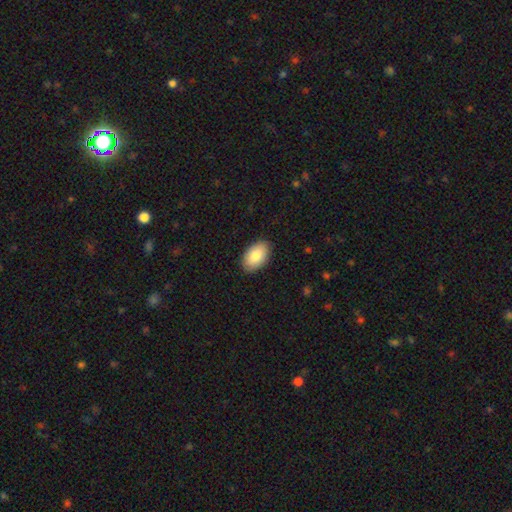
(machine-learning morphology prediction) smooth-or-featured: smooth: 83% | featured or disk: 11% | star or artifact: 6%
  how-rounded: in between: 94% | round: 5% | cigar-shaped: 1%
  merging: none: 89% | minor disturbance: 9% | major disturbance: 2% | merger: 1%